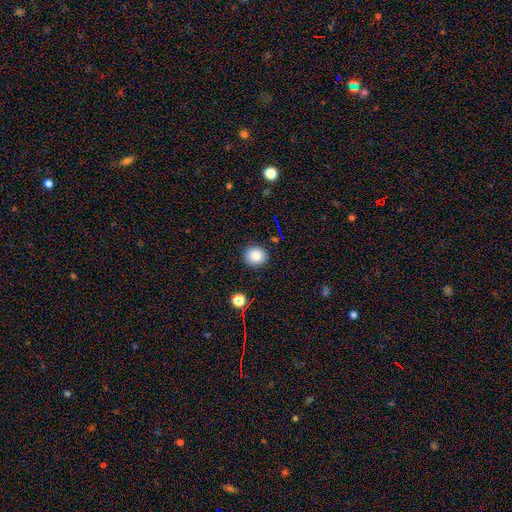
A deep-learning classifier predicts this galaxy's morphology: Overall: smooth (82%). How rounded: round (87%). Merging: none (89%).